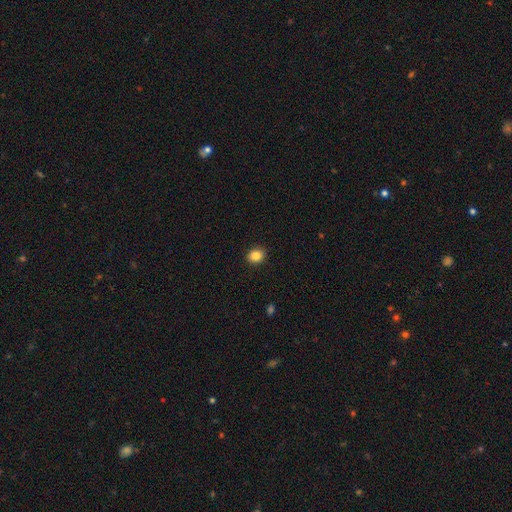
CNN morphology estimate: Q: Smooth or featured?
A: smooth (86%); runner-up: star or artifact (10%)
Q: How rounded?
A: round (54%); runner-up: in between (45%)
Q: Merging?
A: none (91%); runner-up: minor disturbance (6%)